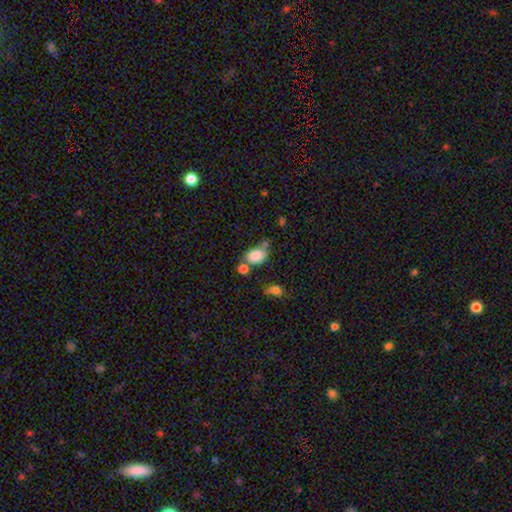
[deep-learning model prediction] This is clearly a smooth galaxy (84%). How rounded: likely in between (79%). Merging: possibly none (47%).